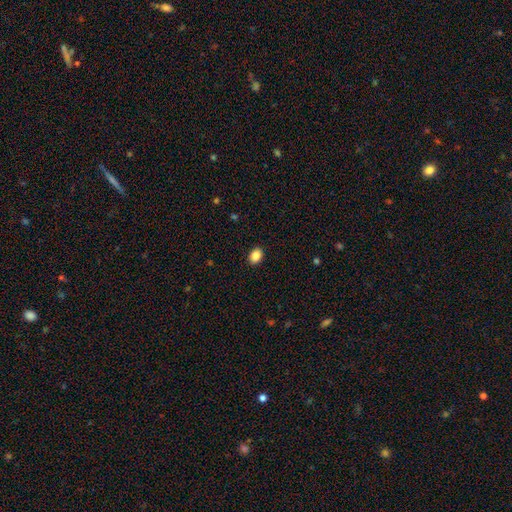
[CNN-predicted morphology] The model was most divided on "how rounded": in between: 79%, round: 20%, cigar-shaped: 1%. More confident: merging — none (90%); smooth or featured — smooth (88%).